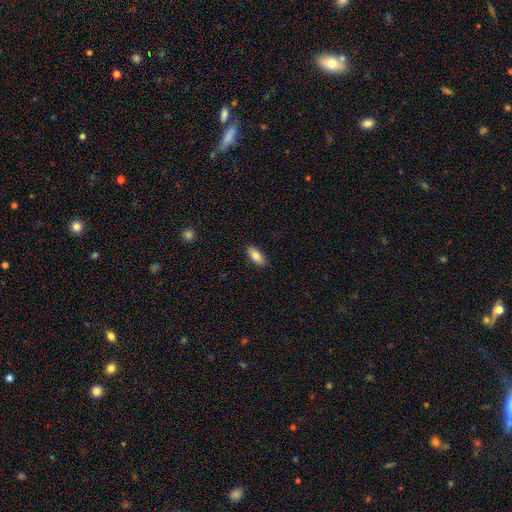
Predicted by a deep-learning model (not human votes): Morphology: type=smooth (83%); roundness=in between (85%); merging=none (87%).